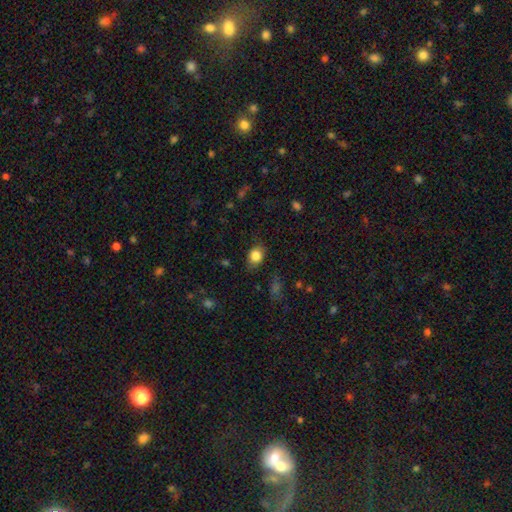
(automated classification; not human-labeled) Smooth or featured?
  - smooth: 83% *
  - star or artifact: 10%
  - featured or disk: 7%
How rounded?
  - in between: 61% *
  - round: 37%
  - cigar-shaped: 1%
Merging?
  - none: 74% *
  - minor disturbance: 20%
  - major disturbance: 5%
  - merger: 1%